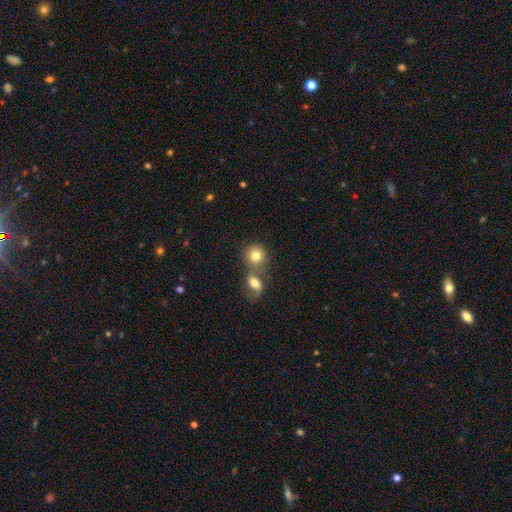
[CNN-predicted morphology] Overall: smooth (78%). How rounded: round (79%). Merging: merger (45%; none 43%).